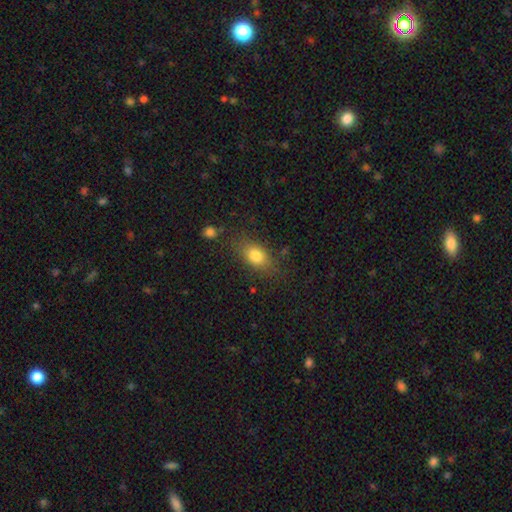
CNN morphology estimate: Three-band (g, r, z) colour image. It shows a smooth galaxy with no disk features (80%) that is in between round and cigar-shaped (77%). Merging: none (76%).